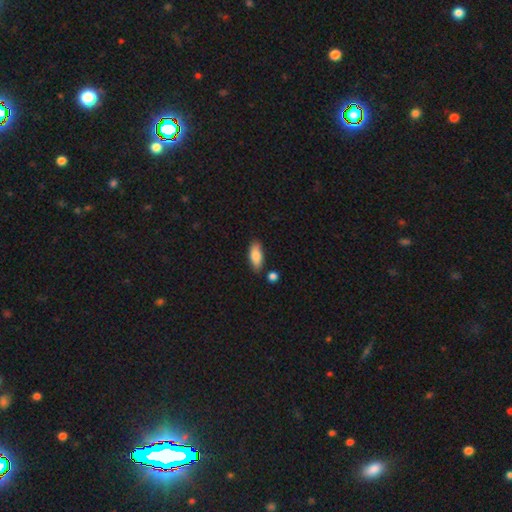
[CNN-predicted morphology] type=smooth (81%); roundness=in between (84%); merging=none (79%).